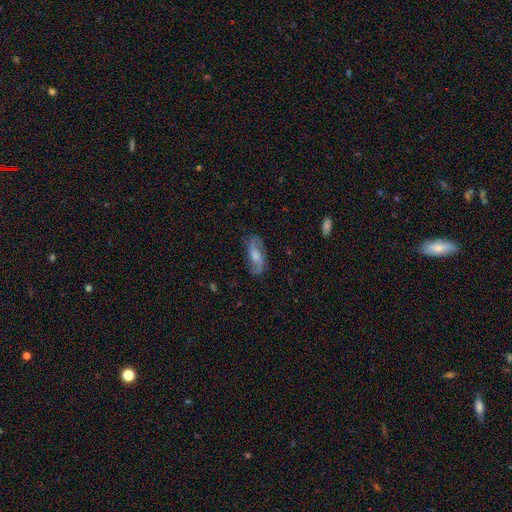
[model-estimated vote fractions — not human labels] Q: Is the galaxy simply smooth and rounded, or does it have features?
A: featured or disk — 71%.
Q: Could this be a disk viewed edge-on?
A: no — 93%.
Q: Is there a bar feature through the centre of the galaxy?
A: no — 50%.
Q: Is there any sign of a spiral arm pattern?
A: yes — 93%.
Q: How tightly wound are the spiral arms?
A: loose — 50%.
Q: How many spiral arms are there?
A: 2 — 88%.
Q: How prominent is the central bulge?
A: moderate — 46%.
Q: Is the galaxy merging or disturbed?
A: none — 75%.